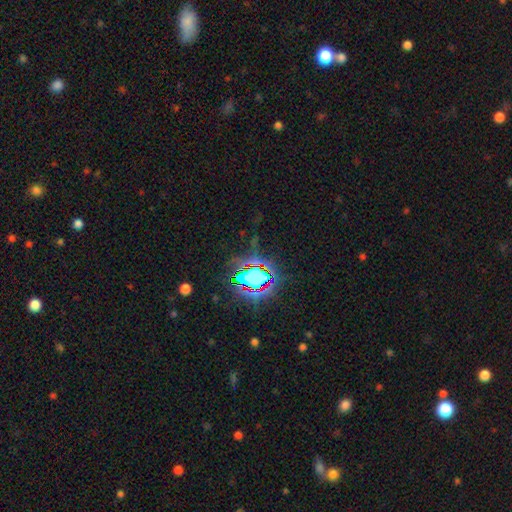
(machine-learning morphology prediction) The model was most divided on "smooth or featured": star or artifact: 80%, smooth: 11%, featured or disk: 8%.